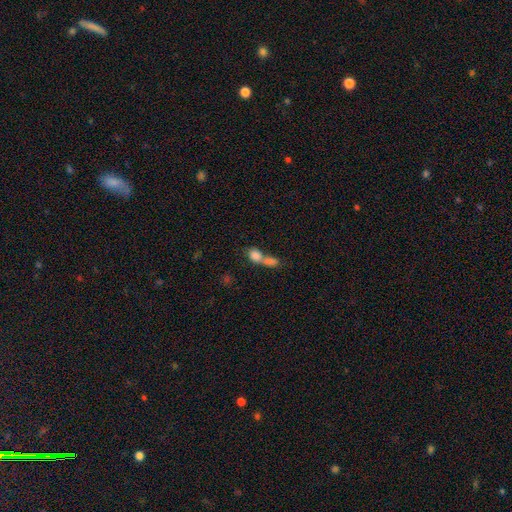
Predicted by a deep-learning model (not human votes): smooth_or_featured: smooth (p=0.77) [alt: featured or disk p=0.14]
how_rounded: in between (p=0.60) [alt: round p=0.32]
merging: merger (p=0.77) [alt: none p=0.13]